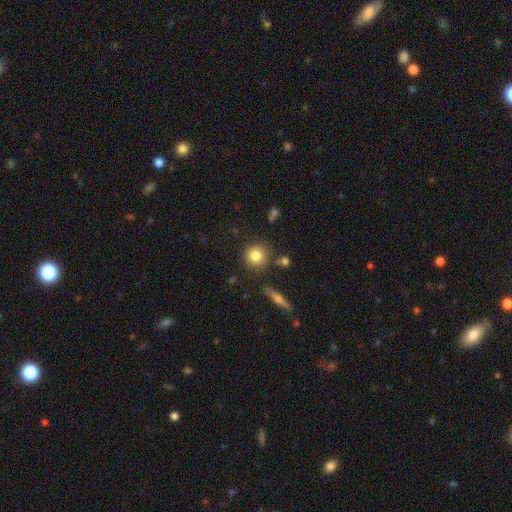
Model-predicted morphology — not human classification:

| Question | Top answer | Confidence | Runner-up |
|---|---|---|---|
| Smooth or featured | smooth | 81% | star or artifact (10%) |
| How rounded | round | 91% | in between (8%) |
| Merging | none | 82% | minor disturbance (10%) |